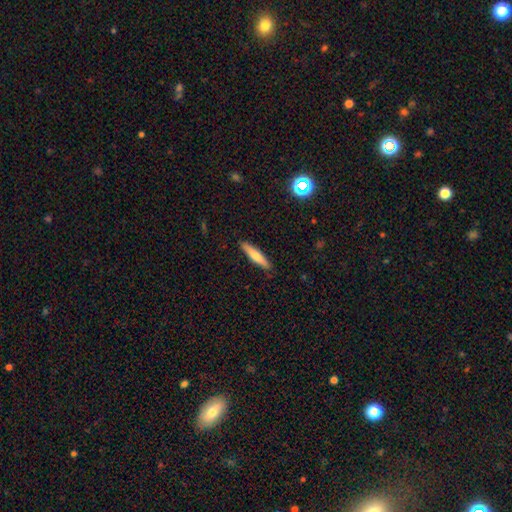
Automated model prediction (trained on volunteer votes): Q: Smooth or featured?
A: smooth (65%); runner-up: featured or disk (29%)
Q: How rounded?
A: cigar-shaped (87%); runner-up: in between (12%)
Q: Merging?
A: none (89%); runner-up: minor disturbance (8%)